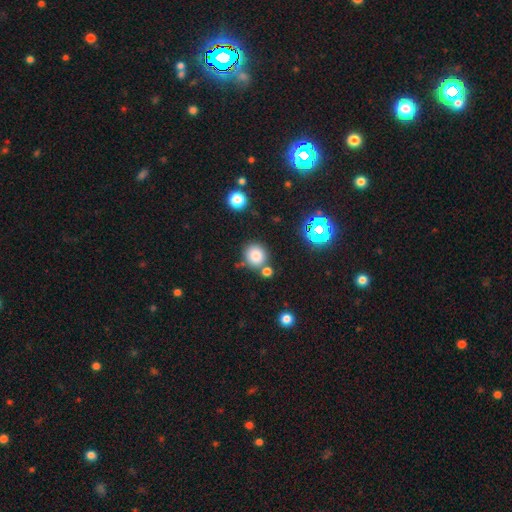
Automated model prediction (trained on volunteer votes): Smooth or featured?
  - smooth: 80% *
  - star or artifact: 14%
  - featured or disk: 6%
How rounded?
  - round: 88% *
  - in between: 11%
  - cigar-shaped: 1%
Merging?
  - none: 73% *
  - merger: 14%
  - minor disturbance: 10%
  - major disturbance: 3%